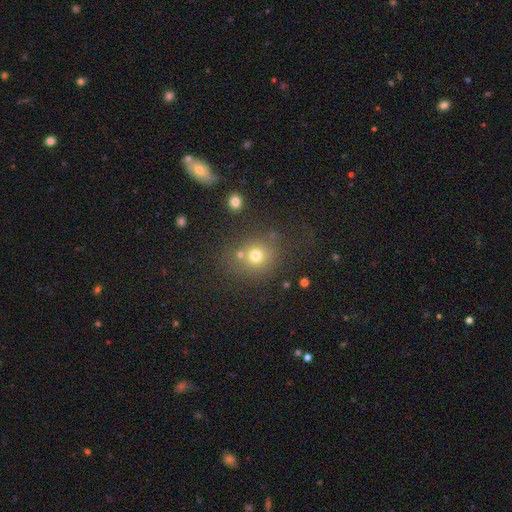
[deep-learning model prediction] A smooth galaxy with no disk features (70%) that is round (84%).

Vote fractions:
- Smooth or featured? smooth: 70% / star or artifact: 19% / featured or disk: 11%
- How rounded? round: 84% / in between: 15% / cigar-shaped: 1%
- Merging? none: 67% / merger: 14% / minor disturbance: 12% / major disturbance: 7%